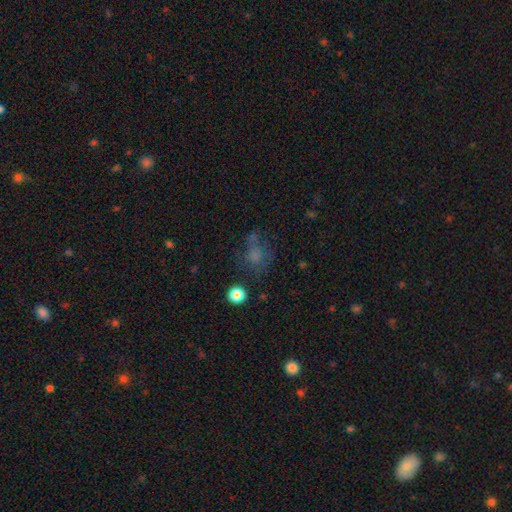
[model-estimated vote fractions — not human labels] Morphology: type=smooth (63%); roundness=round (68%); merging=none (51%).